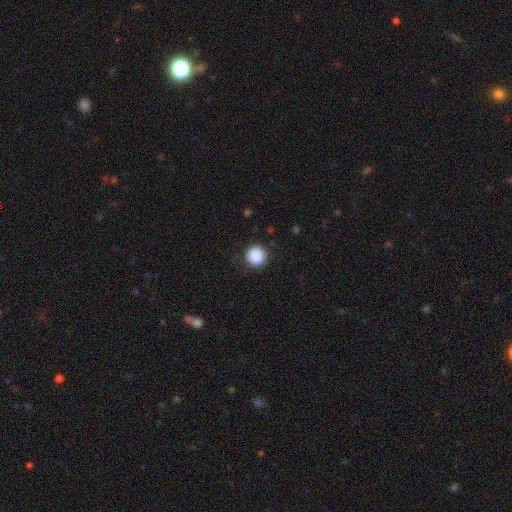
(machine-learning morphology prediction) A smooth galaxy with no disk features (89%) that is round (94%).

Vote fractions:
- Smooth or featured? smooth: 89% / star or artifact: 8% / featured or disk: 2%
- How rounded? round: 94% / in between: 5% / cigar-shaped: 1%
- Merging? none: 88% / minor disturbance: 8% / major disturbance: 3% / merger: 1%